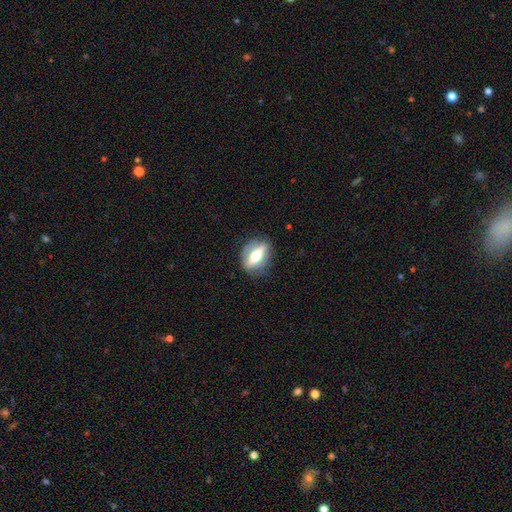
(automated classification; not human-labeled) Smooth or featured? Predicted: featured or disk (p=0.57). Edge-on disk? Predicted: yes (p=0.58). Merging? Predicted: none (p=0.82).